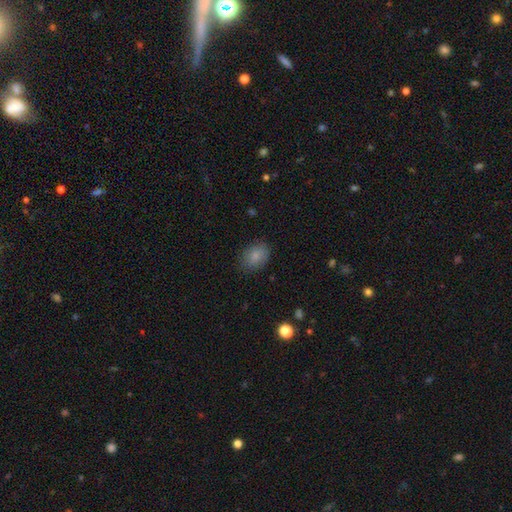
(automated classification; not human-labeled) Morphology: type=smooth (84%); roundness=in between (70%); merging=none (81%).